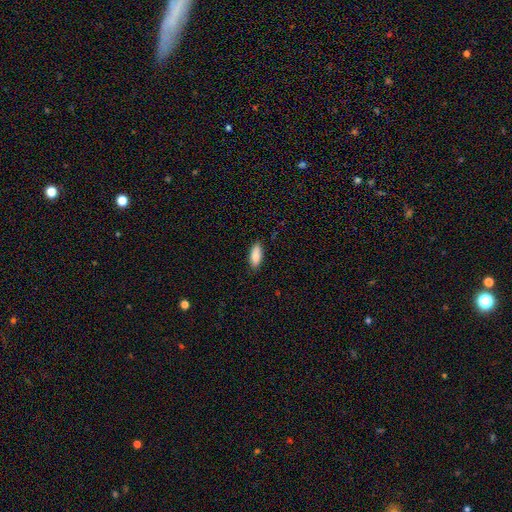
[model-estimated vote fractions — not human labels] Q: Smooth or featured?
A: smooth (86%); runner-up: featured or disk (8%)
Q: How rounded?
A: in between (78%); runner-up: cigar-shaped (20%)
Q: Merging?
A: none (87%); runner-up: minor disturbance (10%)